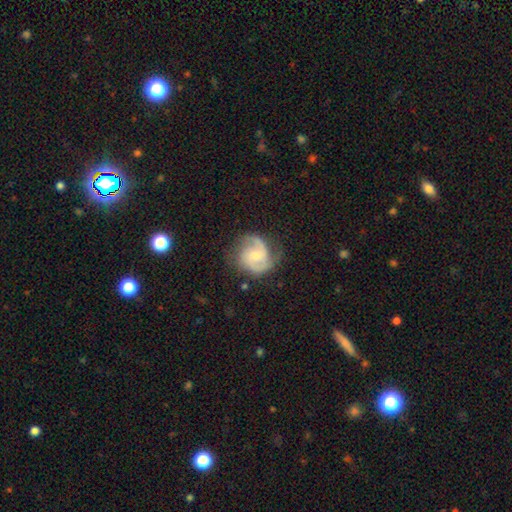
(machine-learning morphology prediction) Overall: featured or disk (79%). Edge-on disk: no (98%). Bar: no (47%; weak 44%). Spiral arms: yes (96%). Spiral arm count: 2 (79%). Spiral winding: medium (51%; tight 29%). Bulge size: small (45%; moderate 38%). Merging: none (65%).